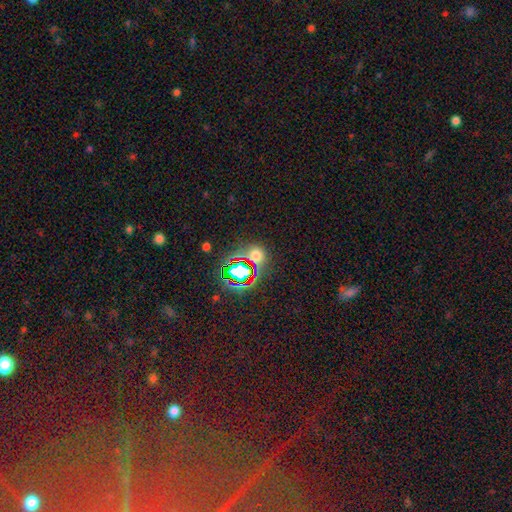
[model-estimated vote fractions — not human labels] smooth-or-featured: smooth: 47% | star or artifact: 44% | featured or disk: 9%
  merging: none: 67% | merger: 14% | minor disturbance: 12% | major disturbance: 7%